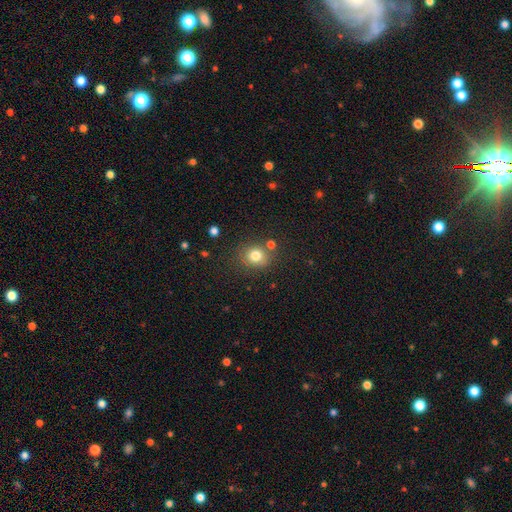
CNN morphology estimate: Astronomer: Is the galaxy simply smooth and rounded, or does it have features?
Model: smooth — 79%.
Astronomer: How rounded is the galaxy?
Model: round — 76%.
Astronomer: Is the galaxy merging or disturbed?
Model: none — 75%.